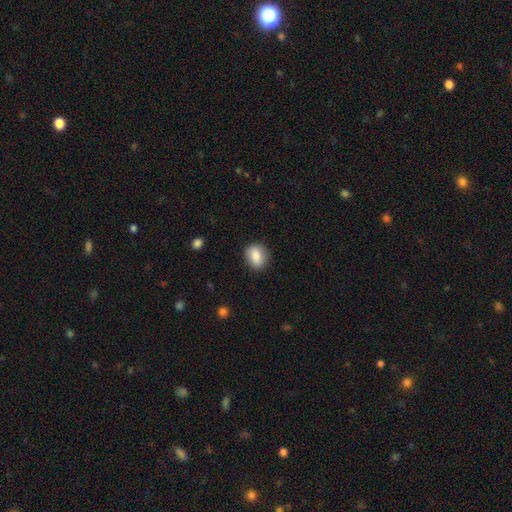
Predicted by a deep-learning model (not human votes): Smooth or featured? Predicted: smooth (p=0.82). How rounded? Predicted: round (p=0.56). Merging? Predicted: none (p=0.85).